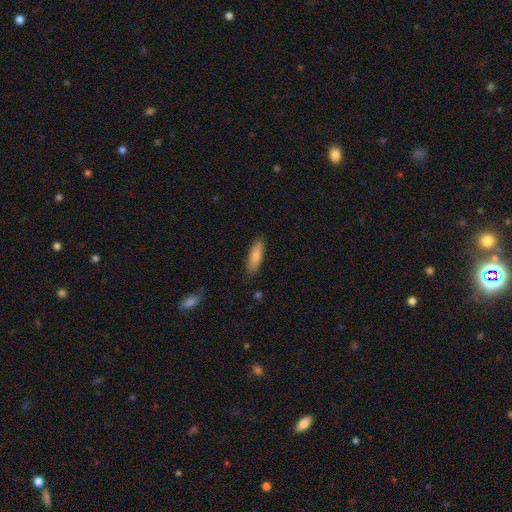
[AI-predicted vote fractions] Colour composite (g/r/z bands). It shows a smooth galaxy with no disk features (81%) that is in between round and cigar-shaped (50%). Merging: none (85%).